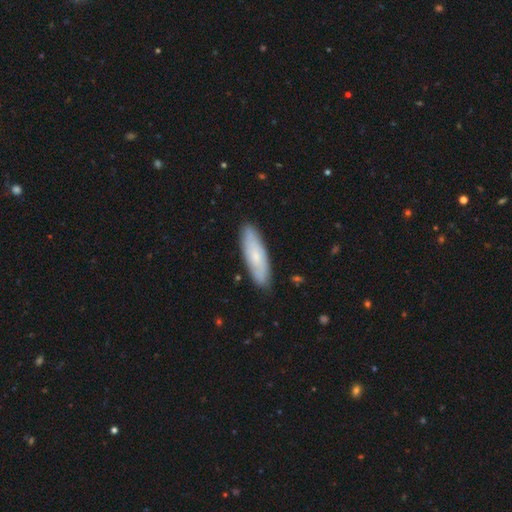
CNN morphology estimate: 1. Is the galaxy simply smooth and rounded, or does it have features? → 54% smooth, 40% featured or disk, 6% star or artifact.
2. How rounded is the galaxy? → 56% cigar-shaped, 42% in between, 2% round.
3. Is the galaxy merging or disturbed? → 86% none, 11% minor disturbance, 2% major disturbance, 1% merger.